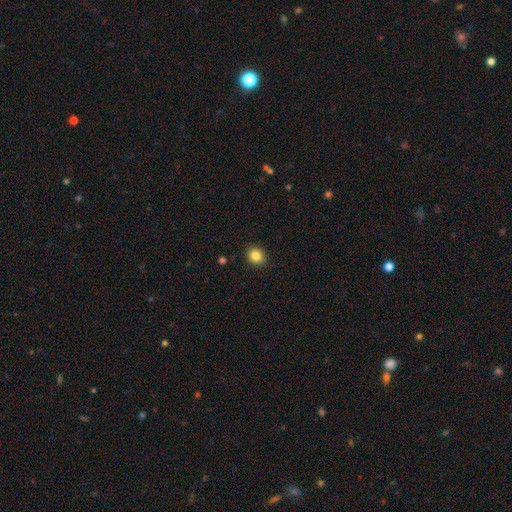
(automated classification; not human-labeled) Smooth or featured?
  - smooth: 84% *
  - star or artifact: 10%
  - featured or disk: 6%
How rounded?
  - round: 76% *
  - in between: 23%
  - cigar-shaped: 1%
Merging?
  - none: 91% *
  - minor disturbance: 6%
  - major disturbance: 2%
  - merger: 1%